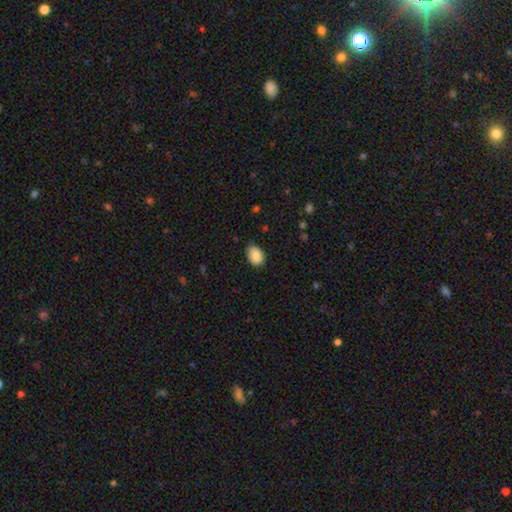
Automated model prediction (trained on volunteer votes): smooth_or_featured: smooth (p=0.88) [alt: star or artifact p=0.07]
how_rounded: in between (p=0.78) [alt: round p=0.21]
merging: none (p=0.76) [alt: minor disturbance p=0.20]